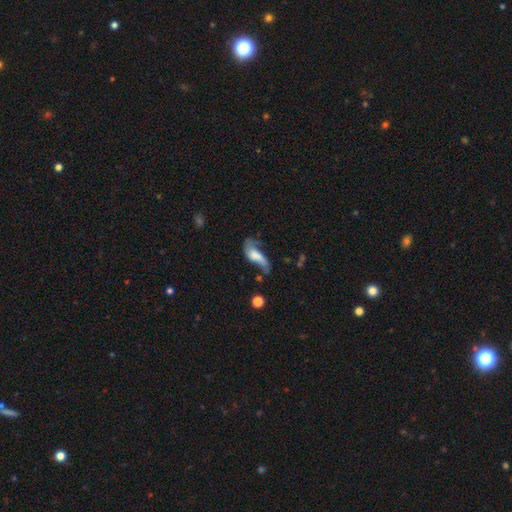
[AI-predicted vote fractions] This is possibly a featured or disk galaxy (52%). It is clearly not viewed edge-on (87%). Merging: marginally major disturbance (34%).